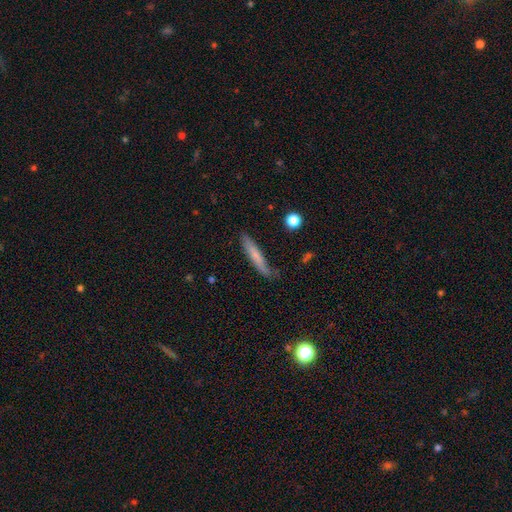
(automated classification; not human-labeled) Smooth or featured? smooth (67%)
How rounded? cigar-shaped (92%)
Merging? none (75%)